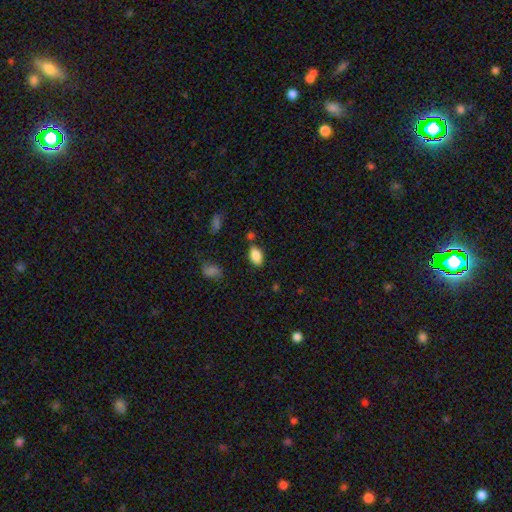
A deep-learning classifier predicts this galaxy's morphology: Smooth or featured? smooth (87%)
How rounded? in between (92%)
Merging? none (78%)